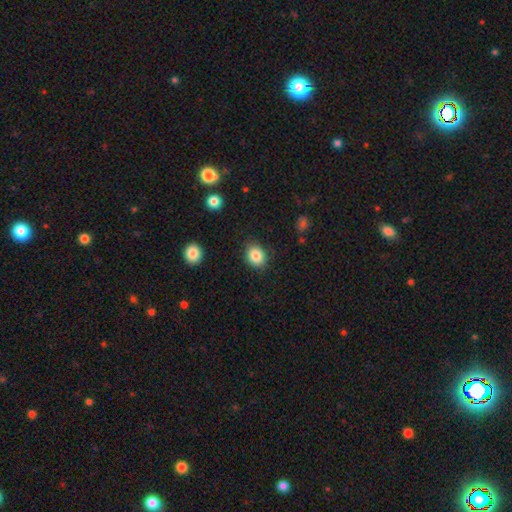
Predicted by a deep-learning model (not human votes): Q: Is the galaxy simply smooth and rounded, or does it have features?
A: smooth — 85%.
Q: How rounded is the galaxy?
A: round — 58%.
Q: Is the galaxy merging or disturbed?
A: none — 86%.